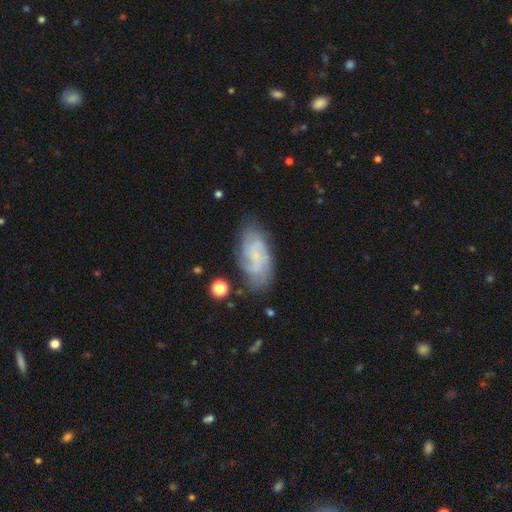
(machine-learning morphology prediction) smooth_or_featured: featured or disk (p=0.72) [alt: smooth p=0.21]
disk_edge_on: no (p=0.95) [alt: yes p=0.05]
bar: no (p=0.61) [alt: weak p=0.34]
has_spiral_arms: yes (p=0.93) [alt: no p=0.07]
spiral_winding: tight (p=0.50) [alt: medium p=0.38]
spiral_arm_count: can't tell (p=0.33) [tied with: 2 p=0.33]
bulge_size: small (p=0.72) [alt: none p=0.15]
merging: none (p=0.72) [alt: minor disturbance p=0.19]